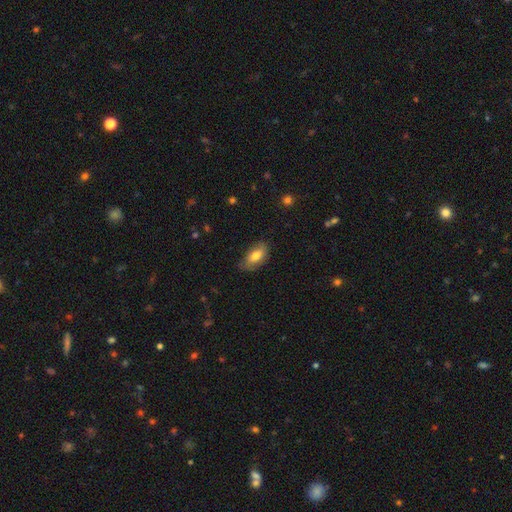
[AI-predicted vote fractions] Overall: smooth (73%). How rounded: in between (89%). Merging: none (69%).